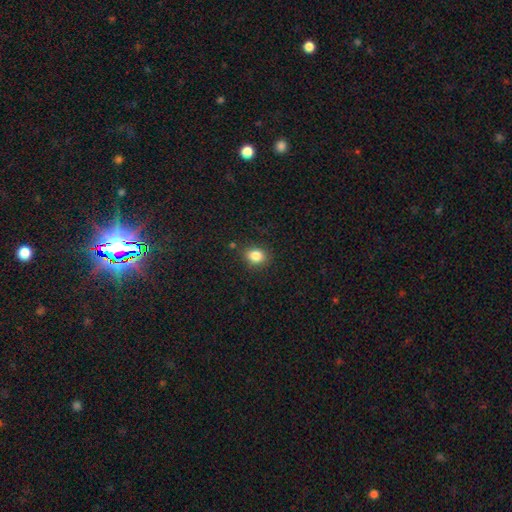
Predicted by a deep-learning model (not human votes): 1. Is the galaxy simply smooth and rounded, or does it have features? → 84% smooth, 11% star or artifact, 5% featured or disk.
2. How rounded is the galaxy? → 52% round, 47% in between, 1% cigar-shaped.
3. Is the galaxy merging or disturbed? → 85% none, 10% minor disturbance, 3% major disturbance, 2% merger.